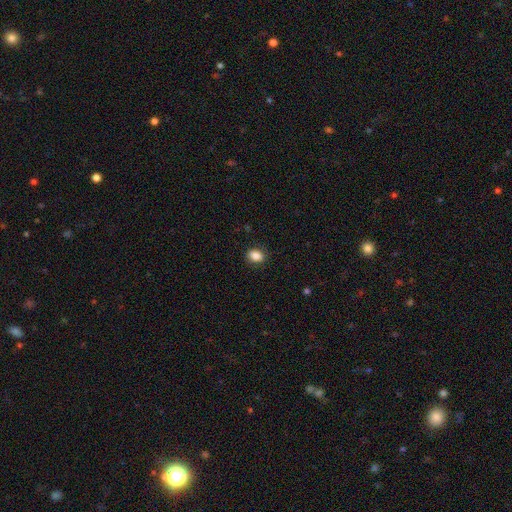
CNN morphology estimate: Smooth or featured: smooth — 87% (star or artifact — 9%)
How rounded: in between — 65% (round — 34%)
Merging: none — 87% (minor disturbance — 9%)